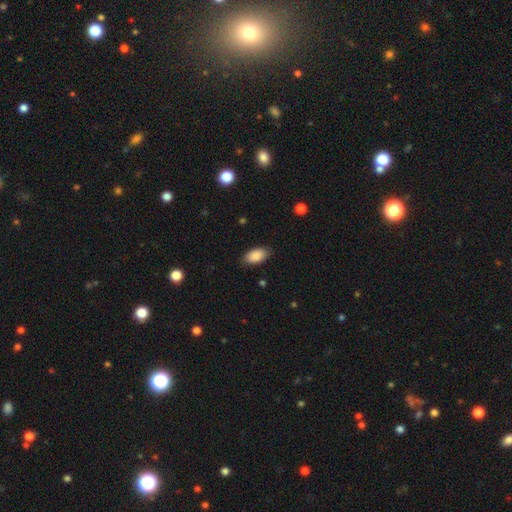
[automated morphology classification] This appears to be a smooth galaxy with no disk features (89%) that is in between round and cigar-shaped (94%). Merging: none (85%).